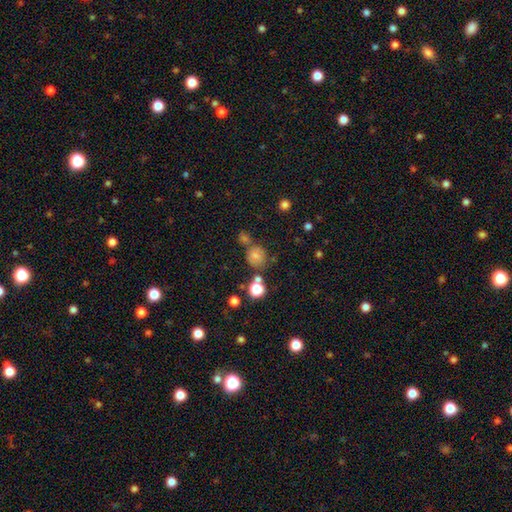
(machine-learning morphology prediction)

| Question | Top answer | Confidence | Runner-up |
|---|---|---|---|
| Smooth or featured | smooth | 72% | star or artifact (17%) |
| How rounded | round | 84% | in between (15%) |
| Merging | none | 62% | merger (21%) |